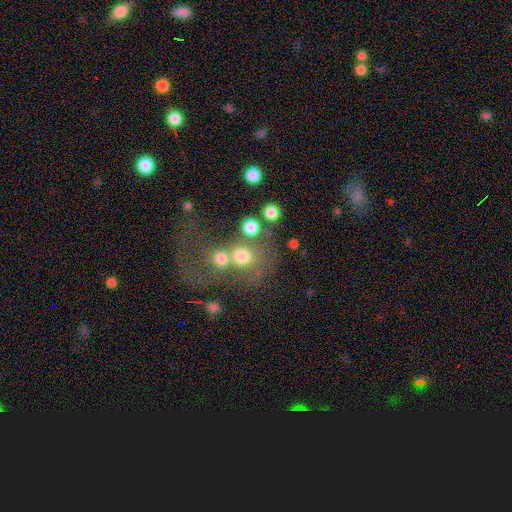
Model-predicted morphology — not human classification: A smooth galaxy with no disk features (58%) that is round (76%). Merging: merger (55%).